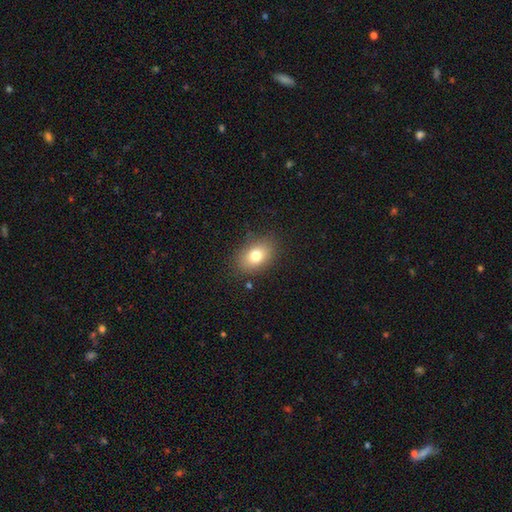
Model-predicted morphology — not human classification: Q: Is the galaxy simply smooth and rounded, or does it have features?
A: smooth — 78%.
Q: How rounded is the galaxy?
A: in between — 80%.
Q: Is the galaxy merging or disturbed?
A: none — 83%.